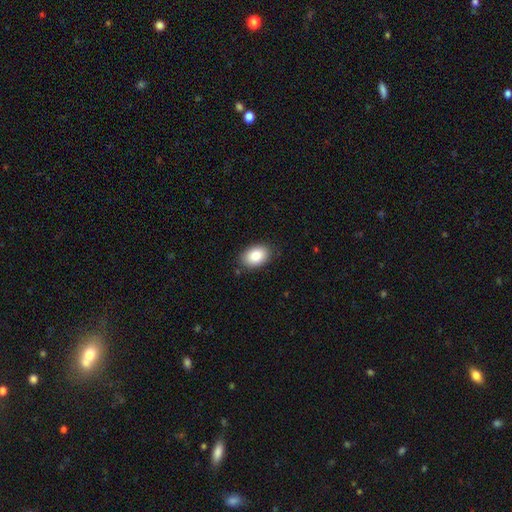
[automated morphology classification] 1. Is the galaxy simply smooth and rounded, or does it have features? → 85% smooth, 8% featured or disk, 7% star or artifact.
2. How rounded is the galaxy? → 85% in between, 14% round, 1% cigar-shaped.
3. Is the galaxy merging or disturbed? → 85% none, 11% minor disturbance, 2% major disturbance, 1% merger.